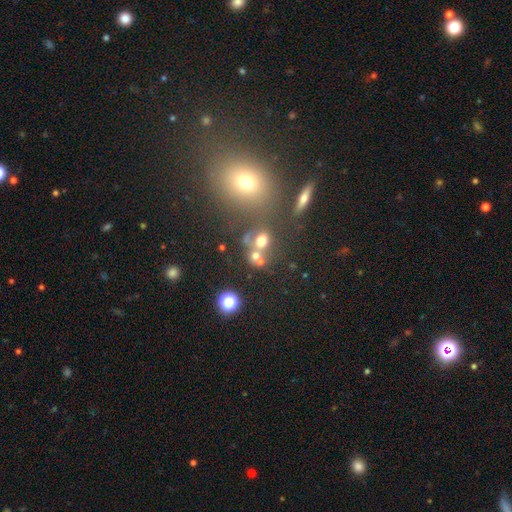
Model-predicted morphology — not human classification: This appears to be a smooth galaxy with no disk features (59%) that is round (71%). Merging: none (43%).